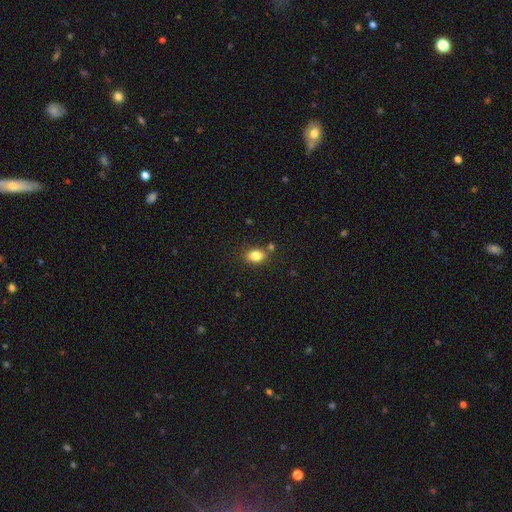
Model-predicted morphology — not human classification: smooth-or-featured: smooth: 83% | star or artifact: 10% | featured or disk: 7%
  how-rounded: in between: 74% | round: 24% | cigar-shaped: 1%
  merging: none: 74% | minor disturbance: 13% | merger: 10% | major disturbance: 3%